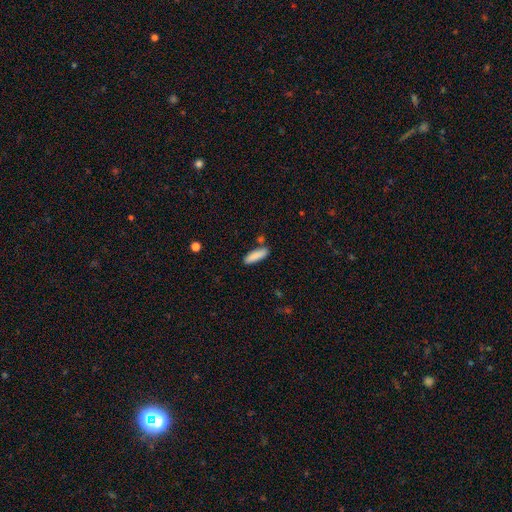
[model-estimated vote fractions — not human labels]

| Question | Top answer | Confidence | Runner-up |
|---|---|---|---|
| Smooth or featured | smooth | 88% | featured or disk (6%) |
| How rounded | cigar-shaped | 56% | in between (43%) |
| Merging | none | 84% | minor disturbance (10%) |